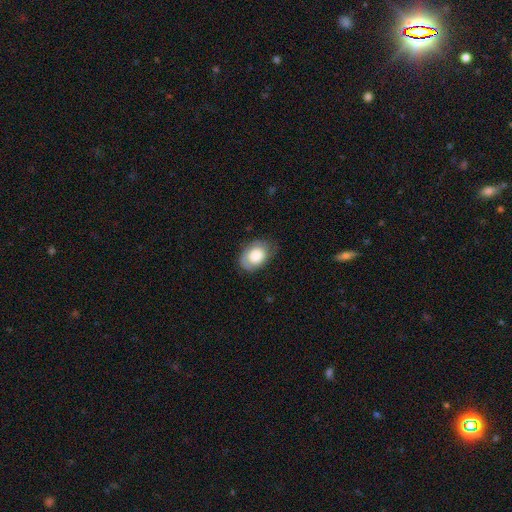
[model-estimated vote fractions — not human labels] This is likely a smooth galaxy (67%). How rounded: likely in between (76%). Merging: likely none (67%).